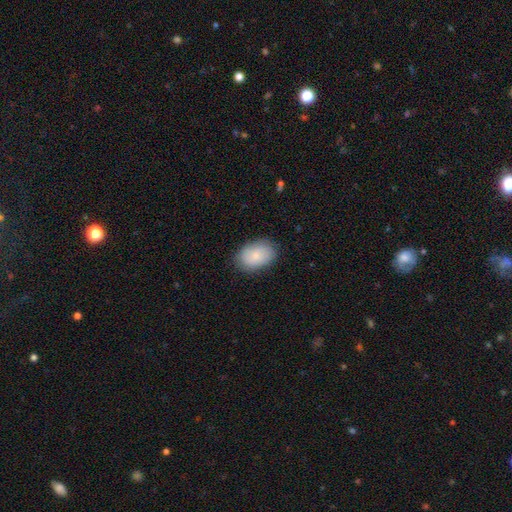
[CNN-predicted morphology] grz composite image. It shows a smooth galaxy with no disk features (82%) that is in between round and cigar-shaped (88%). Merging: none (82%).